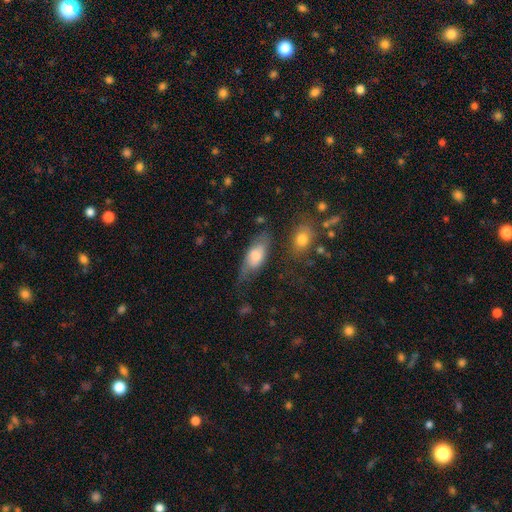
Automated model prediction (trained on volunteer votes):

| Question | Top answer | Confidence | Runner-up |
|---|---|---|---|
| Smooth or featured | smooth | 67% | featured or disk (26%) |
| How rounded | in between | 79% | cigar-shaped (18%) |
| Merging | none | 54% | minor disturbance (27%) |